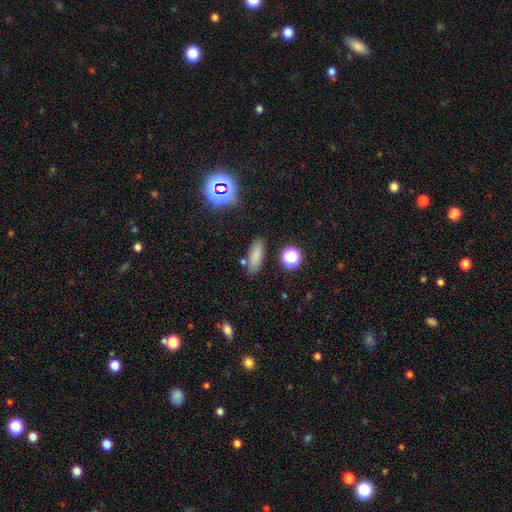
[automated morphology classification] smooth-or-featured: smooth: 78% | star or artifact: 13% | featured or disk: 8%
  how-rounded: in between: 60% | cigar-shaped: 35% | round: 4%
  merging: none: 80% | minor disturbance: 12% | merger: 5% | major disturbance: 3%